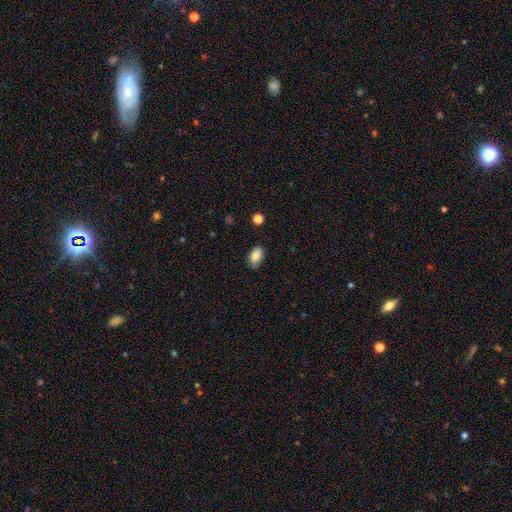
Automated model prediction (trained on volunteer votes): Smooth or featured?
  - smooth: 84% *
  - featured or disk: 8%
  - star or artifact: 8%
How rounded?
  - in between: 91% *
  - round: 7%
  - cigar-shaped: 2%
Merging?
  - none: 81% *
  - minor disturbance: 15%
  - major disturbance: 3%
  - merger: 1%